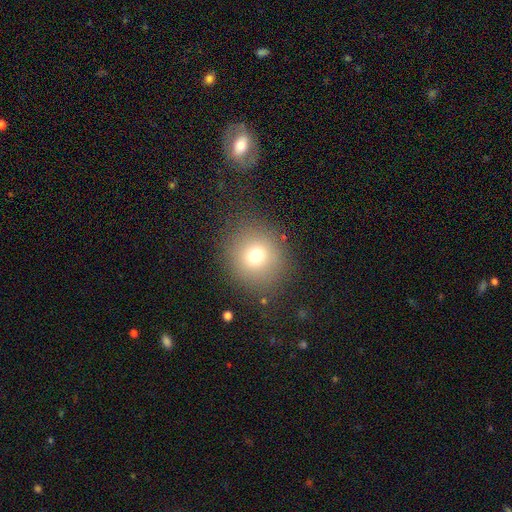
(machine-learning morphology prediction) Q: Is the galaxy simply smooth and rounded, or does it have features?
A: smooth — 72%.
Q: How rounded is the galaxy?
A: round — 88%.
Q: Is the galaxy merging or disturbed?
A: none — 85%.